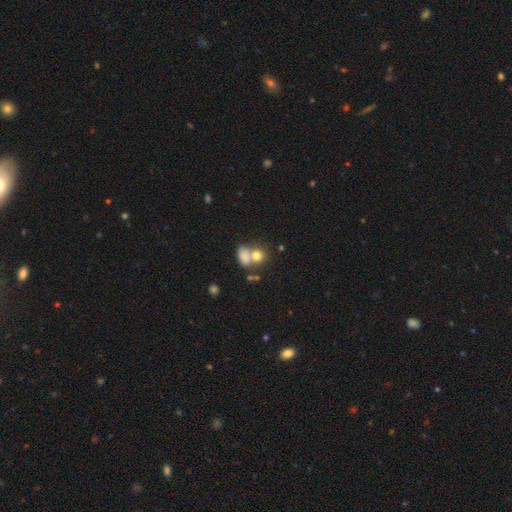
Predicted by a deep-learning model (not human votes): This appears to be a smooth galaxy with no disk features (77%) that is round (53%). Merging: merger (48%).